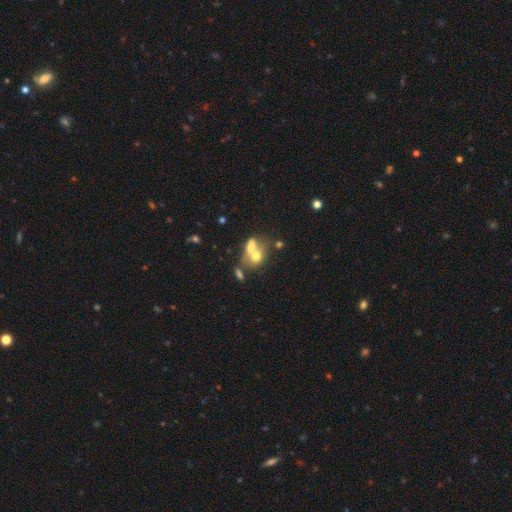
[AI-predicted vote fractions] Smooth or featured? smooth (64%)
How rounded? in between (54%)
Merging? merger (67%)